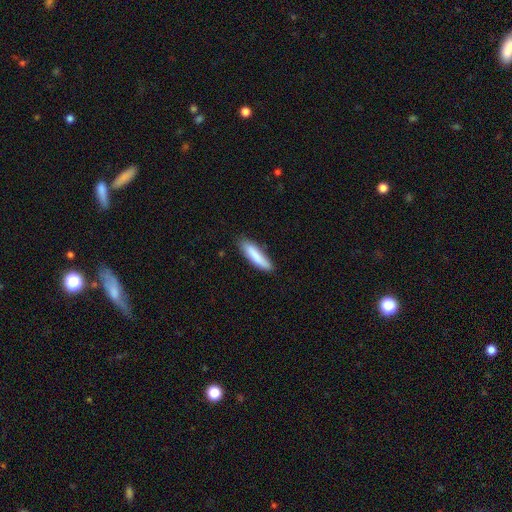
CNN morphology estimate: Smooth or featured: smooth — 84% (featured or disk — 10%)
How rounded: cigar-shaped — 76% (in between — 23%)
Merging: none — 80% (minor disturbance — 16%)